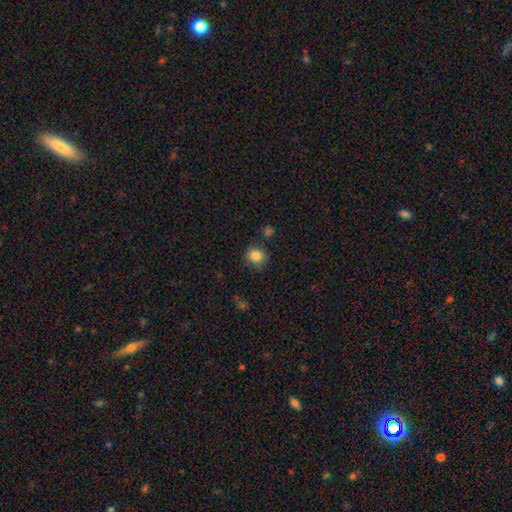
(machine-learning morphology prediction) The model was most divided on "how rounded": round: 81%, in between: 18%, cigar-shaped: 1%. More confident: smooth or featured — smooth (85%); merging — none (79%).